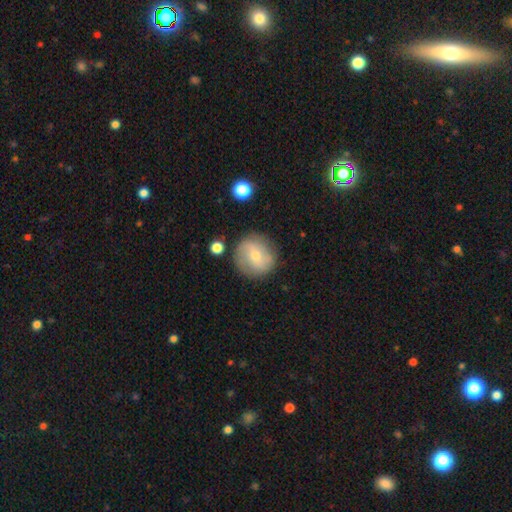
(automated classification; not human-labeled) smooth-or-featured: smooth: 51% | featured or disk: 41% | star or artifact: 8%
  how-rounded: round: 91% | in between: 8% | cigar-shaped: 1%
  merging: none: 80% | minor disturbance: 13% | major disturbance: 4% | merger: 3%